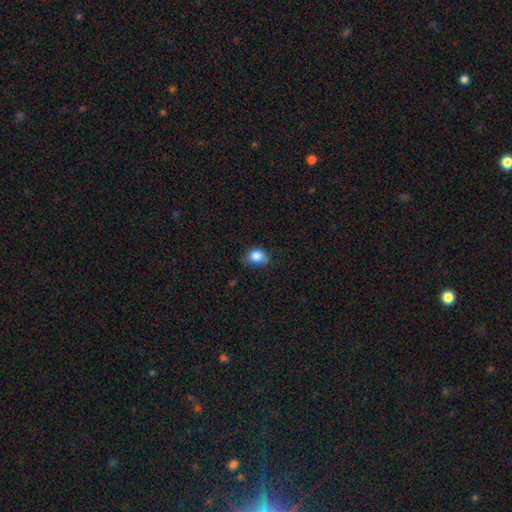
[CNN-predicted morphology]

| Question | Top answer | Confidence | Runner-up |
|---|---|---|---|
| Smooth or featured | smooth | 84% | star or artifact (9%) |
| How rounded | in between | 57% | round (41%) |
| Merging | none | 59% | minor disturbance (33%) |